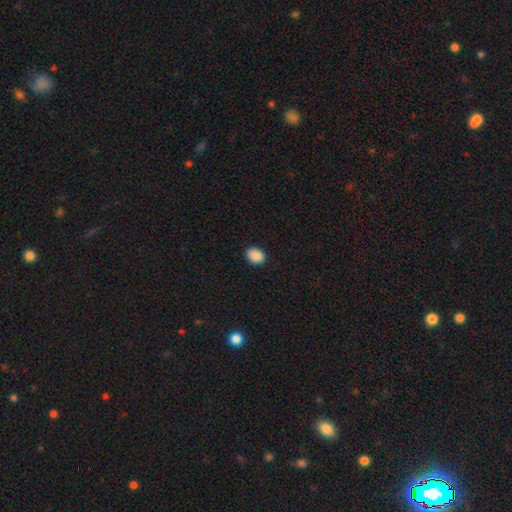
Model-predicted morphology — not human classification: Overall: smooth (90%). How rounded: in between (59%; round 40%). Merging: none (90%).